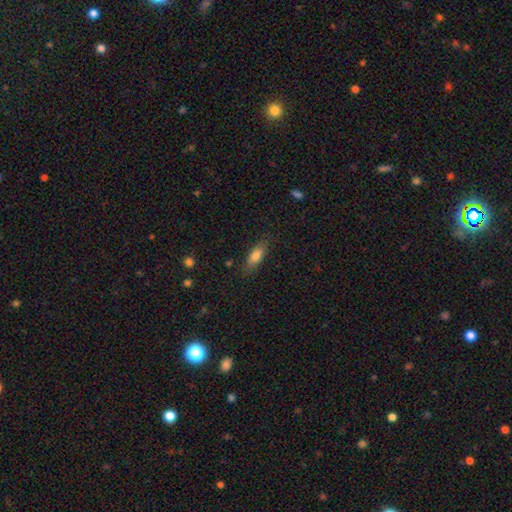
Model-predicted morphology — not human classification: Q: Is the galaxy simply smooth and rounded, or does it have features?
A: smooth — 78%.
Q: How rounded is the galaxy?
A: in between — 73%.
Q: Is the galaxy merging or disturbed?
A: none — 80%.